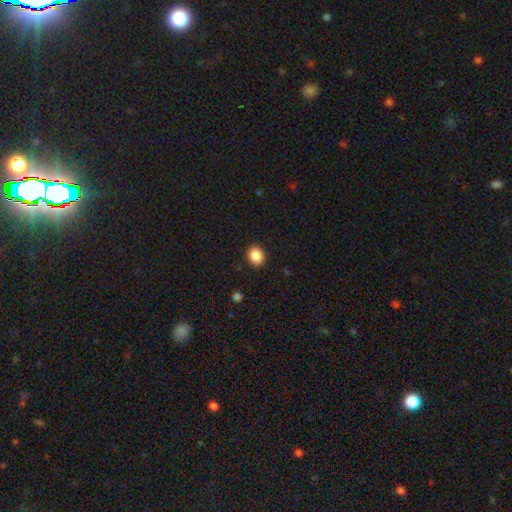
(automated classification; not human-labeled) Smooth or featured?
  - smooth: 88% *
  - star or artifact: 9%
  - featured or disk: 3%
How rounded?
  - round: 67% *
  - in between: 32%
  - cigar-shaped: 1%
Merging?
  - none: 90% *
  - minor disturbance: 7%
  - major disturbance: 2%
  - merger: 1%